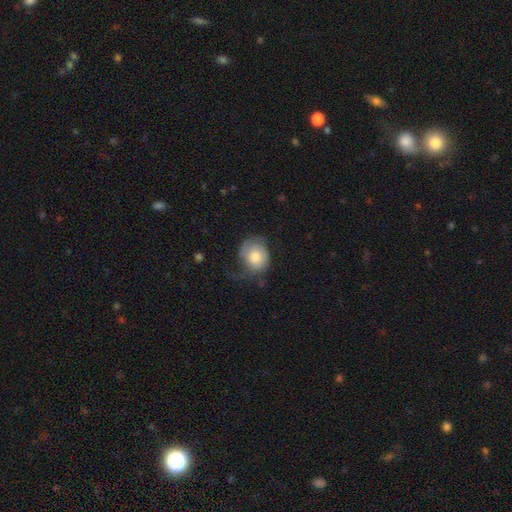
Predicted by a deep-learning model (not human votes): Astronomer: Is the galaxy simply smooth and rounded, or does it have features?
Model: smooth — 69%.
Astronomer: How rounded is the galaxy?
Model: round — 72%.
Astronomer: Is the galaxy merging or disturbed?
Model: none — 38% (runner-up: minor disturbance, 32%).